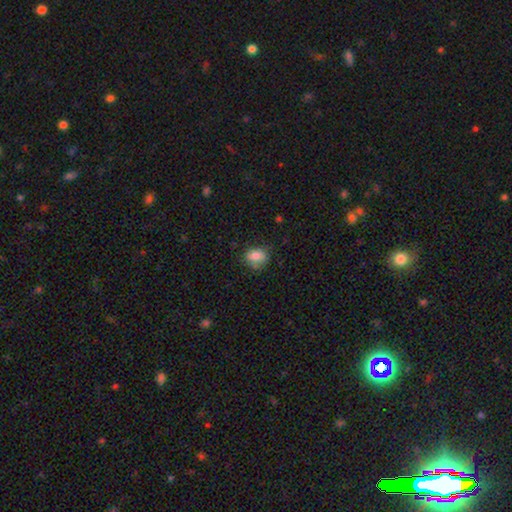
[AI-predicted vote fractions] Smooth or featured? Predicted: smooth (p=0.80). How rounded? Predicted: in between (p=0.55). Merging? Predicted: none (p=0.66).